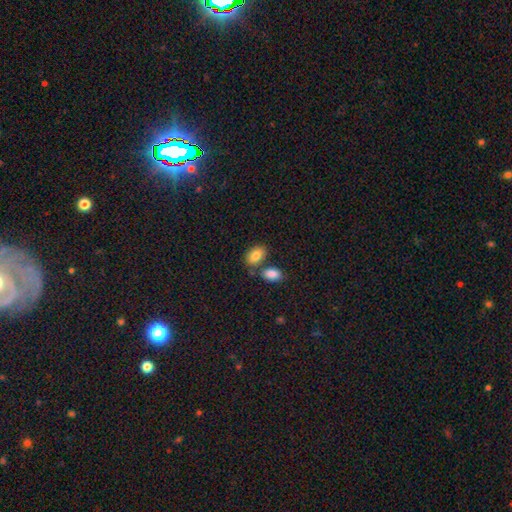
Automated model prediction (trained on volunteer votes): This appears to be a smooth galaxy with no disk features (84%) that is in between round and cigar-shaped (91%). Merging: none (60%).